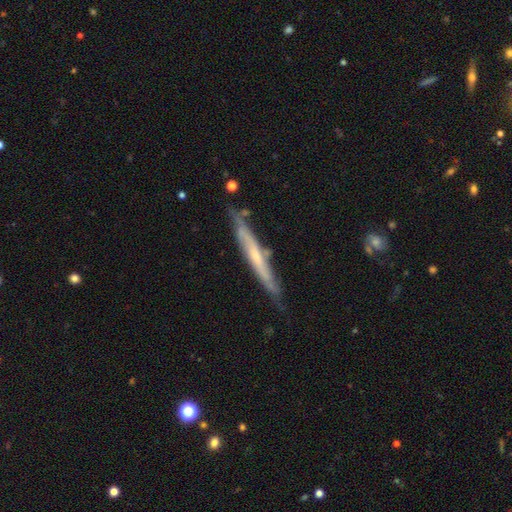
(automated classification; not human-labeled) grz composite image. It shows a featured or disk galaxy (64%) viewed edge-on (86%) with no central bulge (60%). Merging: none (73%).